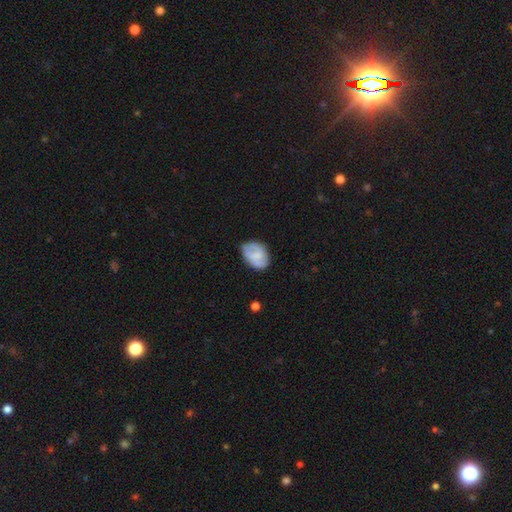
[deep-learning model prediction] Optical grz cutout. It shows a smooth galaxy with no disk features (66%) that is in between round and cigar-shaped (82%). Merging: none (62%).